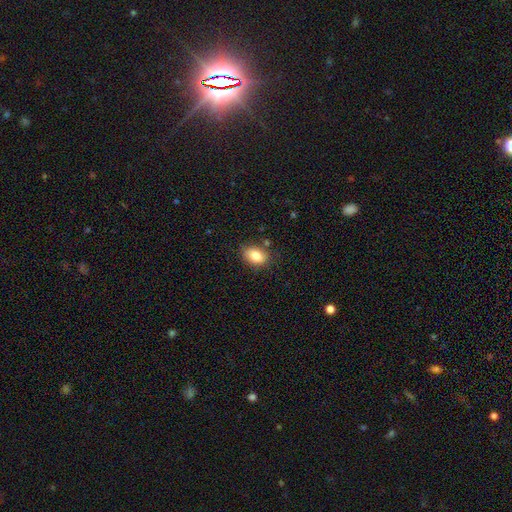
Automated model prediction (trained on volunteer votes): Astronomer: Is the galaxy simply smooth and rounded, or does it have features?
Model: smooth — 83%.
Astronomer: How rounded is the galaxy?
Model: in between — 82%.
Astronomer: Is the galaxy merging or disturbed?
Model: none — 79%.